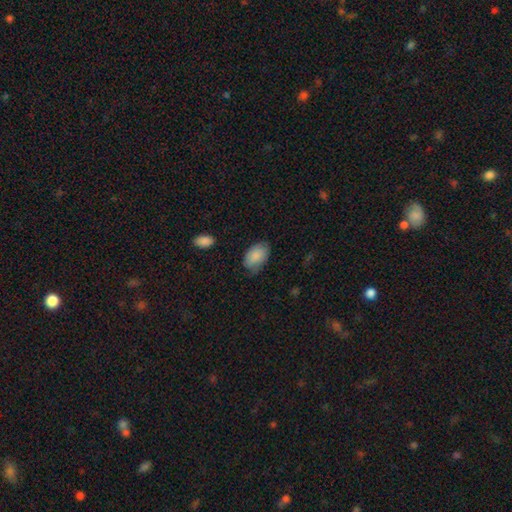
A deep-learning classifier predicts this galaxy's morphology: smooth_or_featured: smooth (p=0.85) [alt: featured or disk p=0.09]
how_rounded: in between (p=0.92) [alt: round p=0.07]
merging: none (p=0.68) [alt: minor disturbance p=0.25]